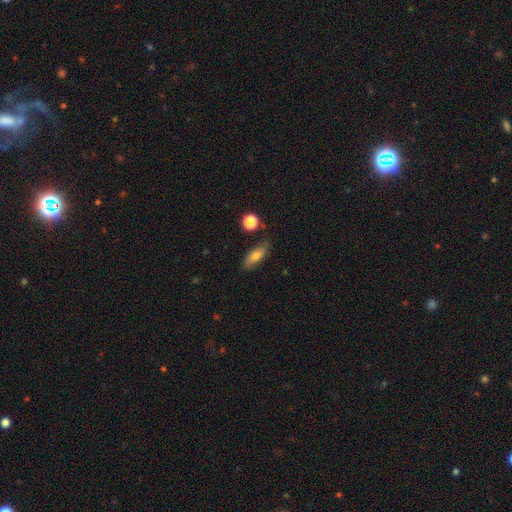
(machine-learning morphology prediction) Smooth or featured? smooth (62%)
How rounded? in between (66%)
Merging? none (77%)